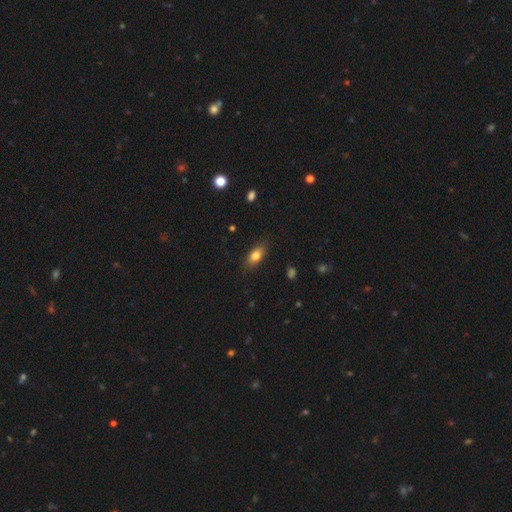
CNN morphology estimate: type=smooth (80%); roundness=in between (84%); merging=none (84%).